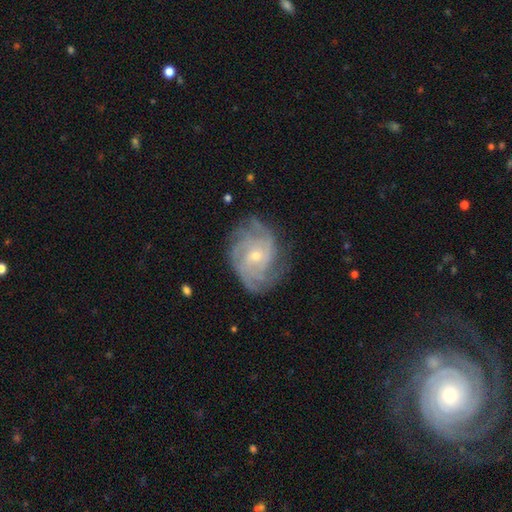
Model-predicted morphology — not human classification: featured or disk 86%, smooth 8%, star or artifact 6%. Down the decision tree: edge-on disk — no (97%); bar — no (63%); spiral arms — yes (97%); spiral arm count — can't tell (28%); spiral winding — tight (59%); bulge size — small (65%); merging — none (75%).